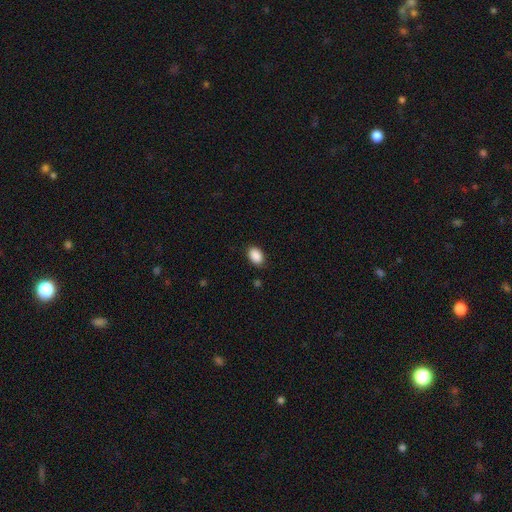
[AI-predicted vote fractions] Smooth or featured? smooth (90%)
How rounded? in between (85%)
Merging? none (87%)